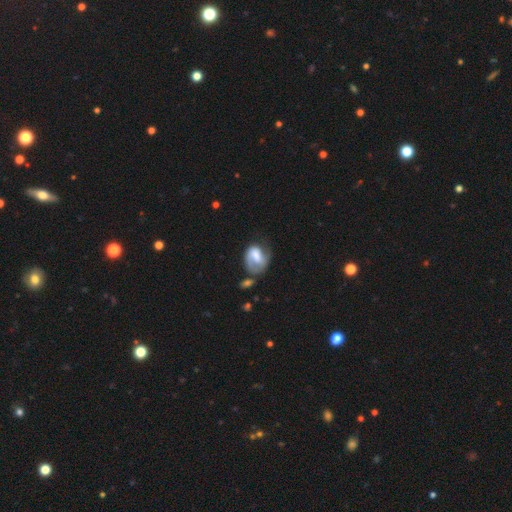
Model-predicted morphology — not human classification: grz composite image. It shows a featured or disk galaxy (57%) with a weak bar (42%), spiral arms (81%) and a moderate central bulge (29%). Merging: none (41%).